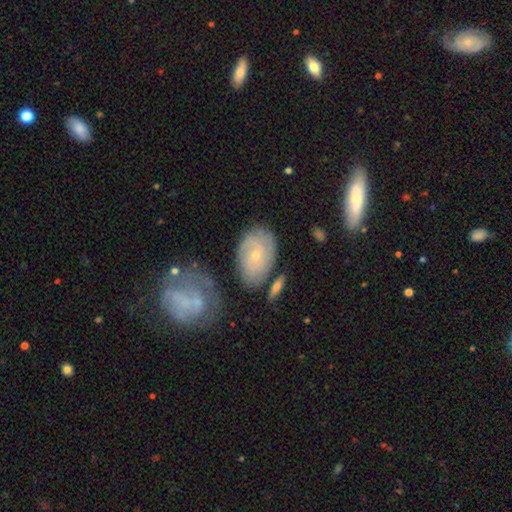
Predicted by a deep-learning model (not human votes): A featured or disk galaxy (64%) with no bar (74%), tight (63%) spiral arms (84%) and a small central bulge (74%). Merging: none (68%).